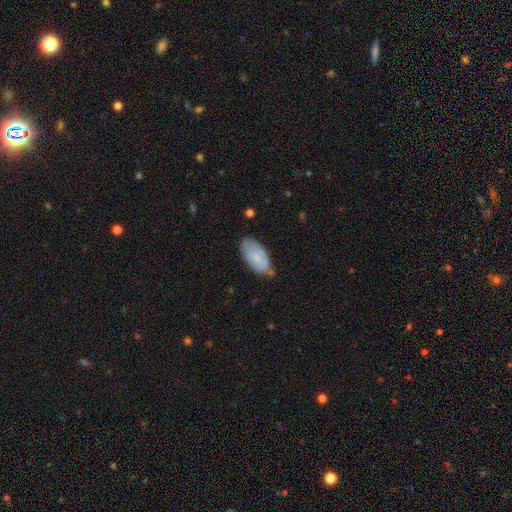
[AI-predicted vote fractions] Smooth or featured? smooth (73%)
How rounded? in between (93%)
Merging? none (60%)